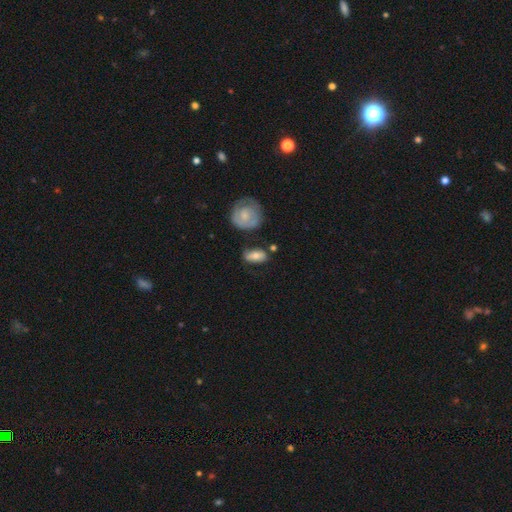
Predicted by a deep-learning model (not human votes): The model was most divided on "smooth or featured": smooth: 63%, featured or disk: 30%, star or artifact: 7%. More confident: how rounded — in between (81%); merging — none (69%).